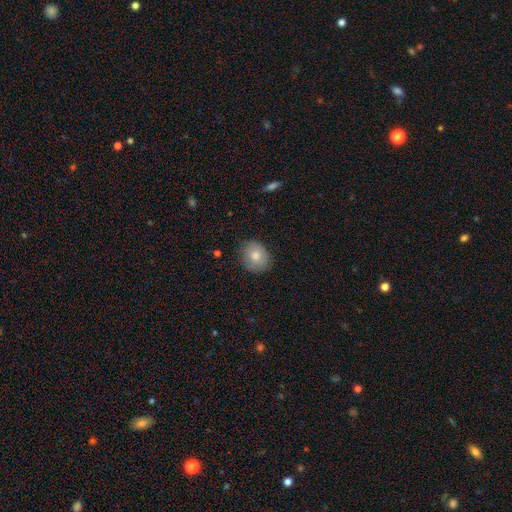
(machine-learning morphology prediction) Q: Smooth or featured?
A: smooth (79%); runner-up: featured or disk (13%)
Q: How rounded?
A: round (60%); runner-up: in between (39%)
Q: Merging?
A: none (82%); runner-up: minor disturbance (14%)